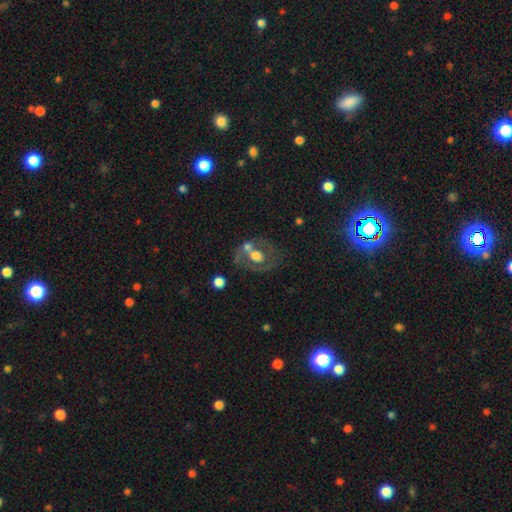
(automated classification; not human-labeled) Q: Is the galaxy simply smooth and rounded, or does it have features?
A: featured or disk — 54%.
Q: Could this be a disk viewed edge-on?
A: no — 95%.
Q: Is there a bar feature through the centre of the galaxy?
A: no — 80%.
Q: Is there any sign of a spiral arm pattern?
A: no — 72%.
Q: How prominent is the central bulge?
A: moderate — 56%.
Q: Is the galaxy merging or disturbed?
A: none — 42%.